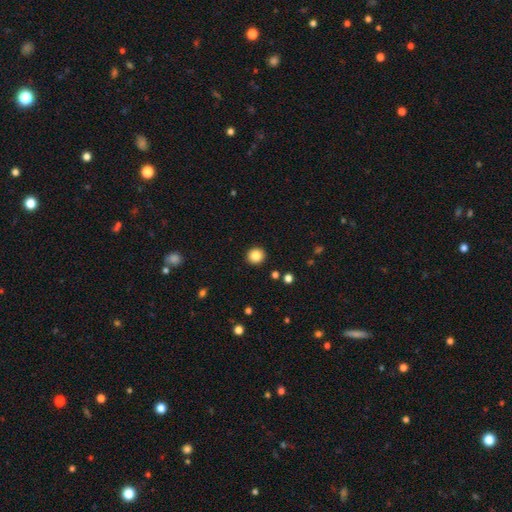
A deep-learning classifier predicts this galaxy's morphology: A smooth galaxy with no disk features (85%) that is round (91%).

Vote fractions:
- Smooth or featured? smooth: 85% / star or artifact: 10% / featured or disk: 5%
- How rounded? round: 91% / in between: 8% / cigar-shaped: 1%
- Merging? none: 92% / minor disturbance: 5% / major disturbance: 2% / merger: 1%